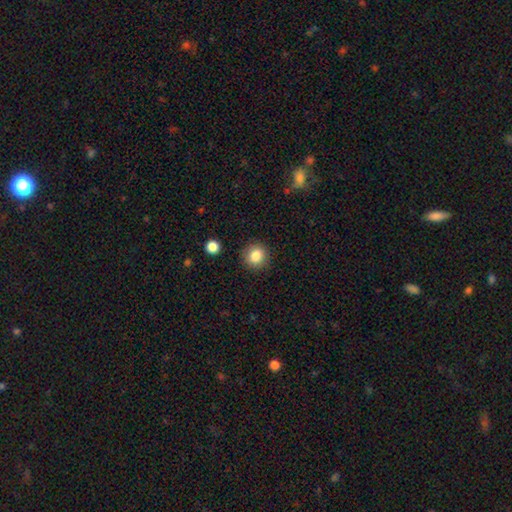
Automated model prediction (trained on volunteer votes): smooth 85%, star or artifact 10%, featured or disk 5%. Down the decision tree: how rounded — round (90%); merging — none (89%).